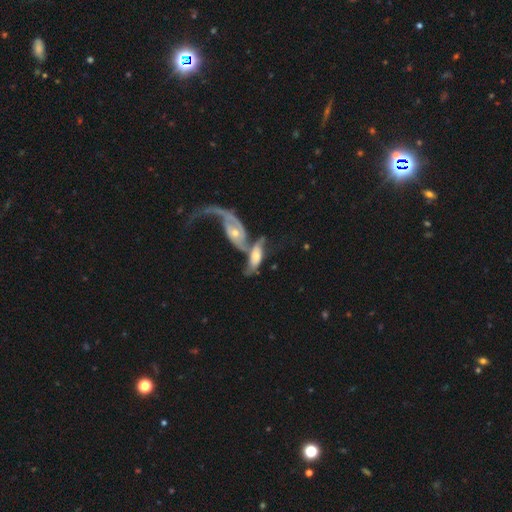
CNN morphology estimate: featured or disk 71%, smooth 23%, star or artifact 6%. Down the decision tree: edge-on disk — no (89%); bar — no (60%); spiral arms — yes (86%); spiral arm count — 2 (70%); spiral winding — loose (52%); bulge size — moderate (54%); merging — merger (75%).